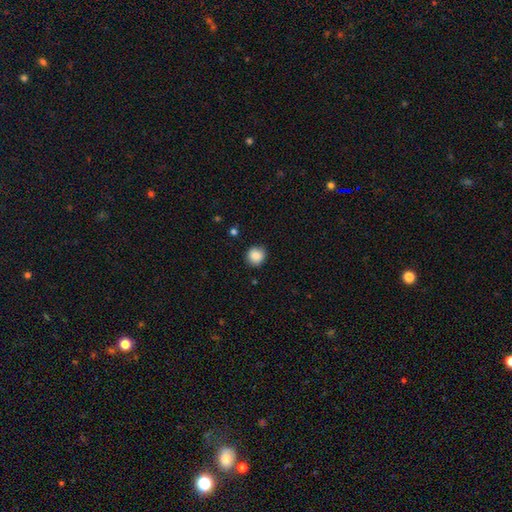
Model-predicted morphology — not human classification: Smooth or featured? smooth (88%)
How rounded? round (89%)
Merging? none (87%)